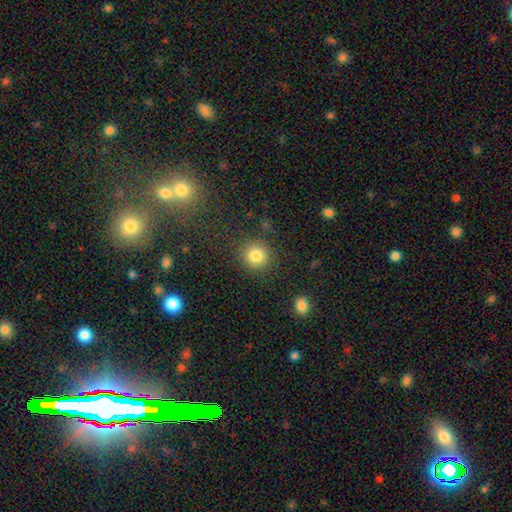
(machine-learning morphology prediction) Smooth or featured? Predicted: smooth (p=0.84). How rounded? Predicted: round (p=0.90). Merging? Predicted: none (p=0.86).